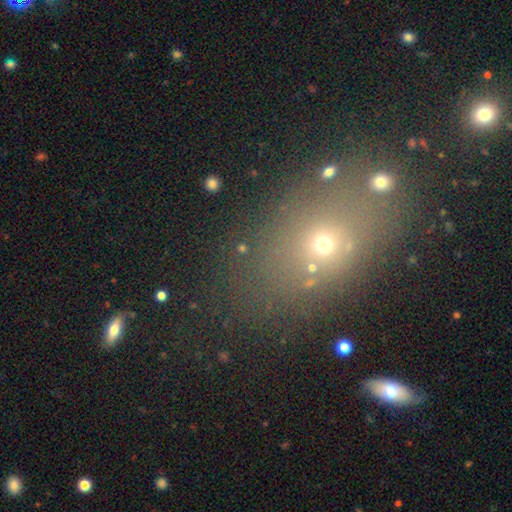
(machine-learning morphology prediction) Smooth or featured?
  - smooth: 50% *
  - star or artifact: 33%
  - featured or disk: 17%
Merging?
  - none: 73% *
  - minor disturbance: 11%
  - merger: 10%
  - major disturbance: 6%